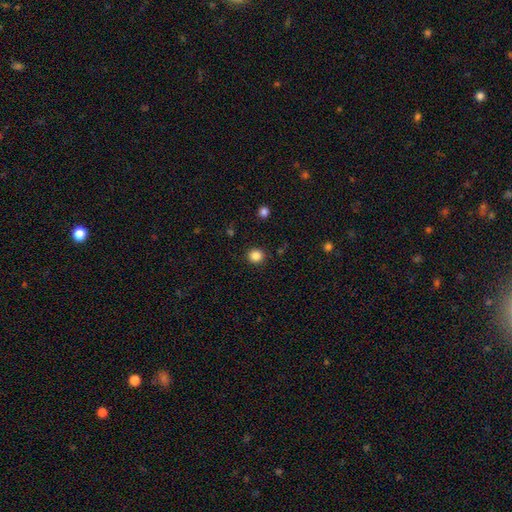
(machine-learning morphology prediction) Q: Smooth or featured?
A: smooth (86%); runner-up: star or artifact (11%)
Q: How rounded?
A: round (89%); runner-up: in between (10%)
Q: Merging?
A: none (91%); runner-up: minor disturbance (6%)